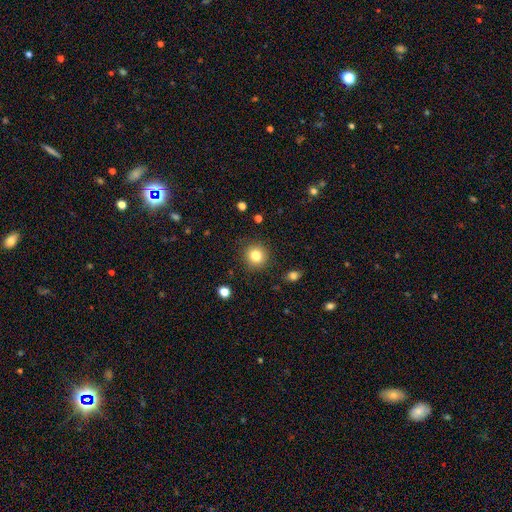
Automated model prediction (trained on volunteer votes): smooth_or_featured: smooth (p=0.82) [alt: star or artifact p=0.11]
how_rounded: round (p=0.91) [alt: in between p=0.08]
merging: none (p=0.89) [alt: minor disturbance p=0.07]